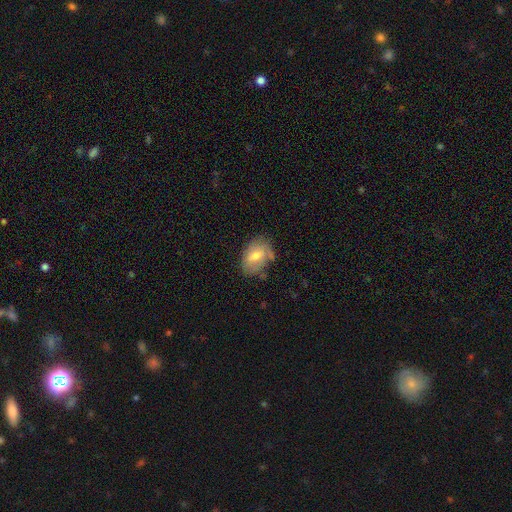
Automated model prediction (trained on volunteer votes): This is possibly a smooth galaxy (59%). How rounded: clearly in between (83%). Merging: likely none (61%).